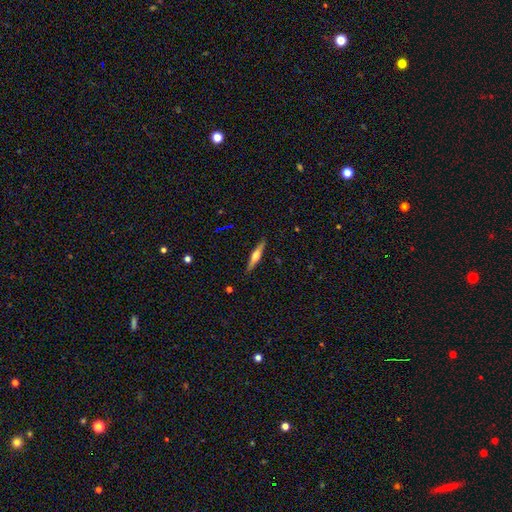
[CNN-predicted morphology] This appears to be a featured or disk galaxy (57%) viewed edge-on (96%) with a rounded central bulge (86%). Merging: none (90%).